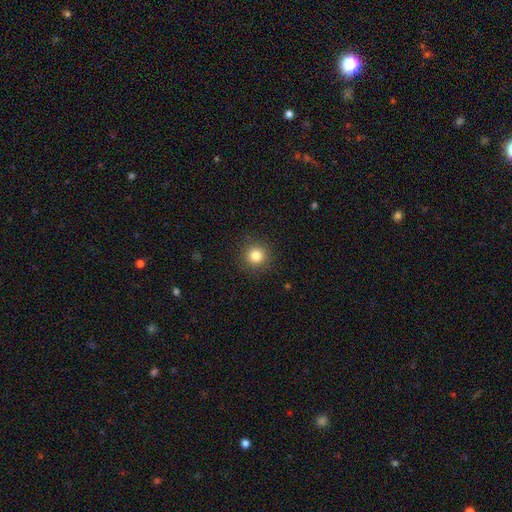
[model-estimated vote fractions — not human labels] Morphology: type=smooth (82%); roundness=round (95%); merging=none (91%).